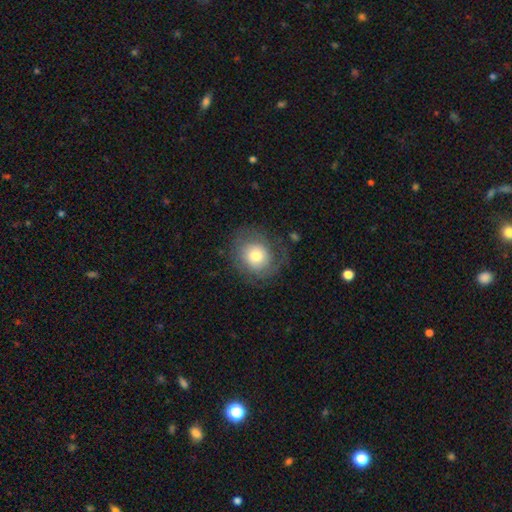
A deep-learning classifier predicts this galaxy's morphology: smooth 63%, featured or disk 28%, star or artifact 9%. Down the decision tree: how rounded — round (77%); merging — none (67%).